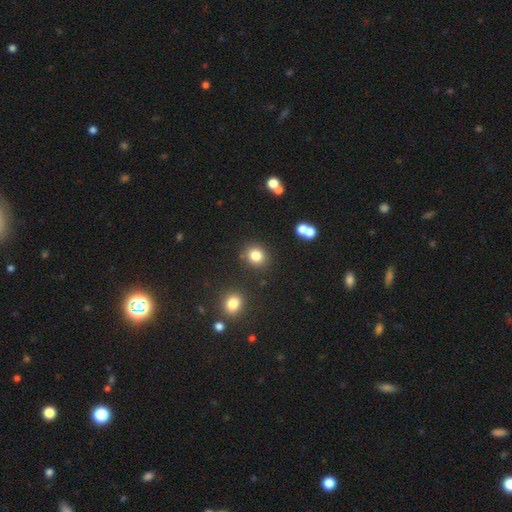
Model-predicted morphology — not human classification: This appears to be a smooth galaxy with no disk features (82%) that is round (78%). Merging: none (83%).